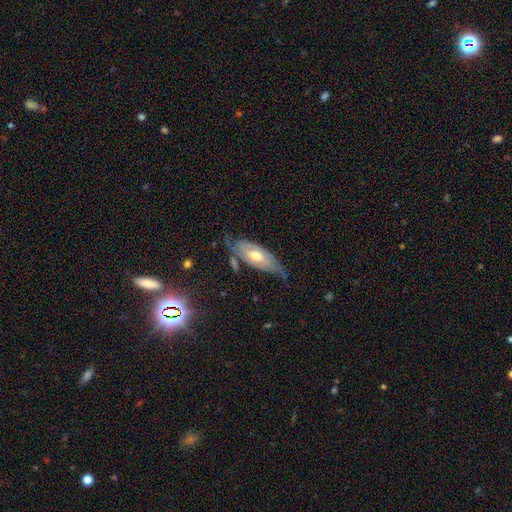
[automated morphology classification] featured or disk 67%, smooth 27%, star or artifact 7%. Down the decision tree: edge-on disk — no (77%); bar — no (60%); spiral arms — yes (78%); bulge size — moderate (73%); merging — none (56%).